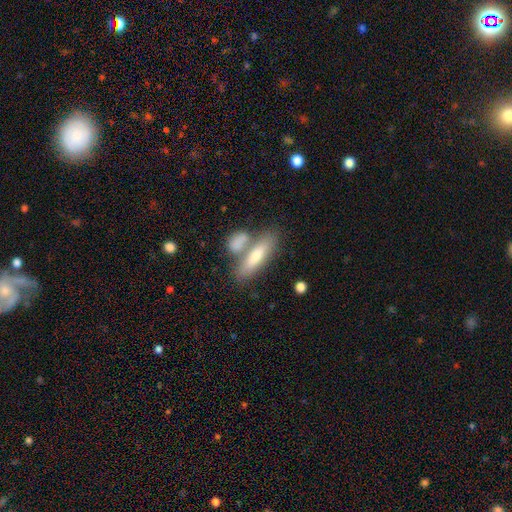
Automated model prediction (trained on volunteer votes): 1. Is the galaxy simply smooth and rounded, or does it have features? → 67% smooth, 27% featured or disk, 6% star or artifact.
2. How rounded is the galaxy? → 57% cigar-shaped, 41% in between, 3% round.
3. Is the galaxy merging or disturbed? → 50% none, 35% merger, 11% minor disturbance, 4% major disturbance.